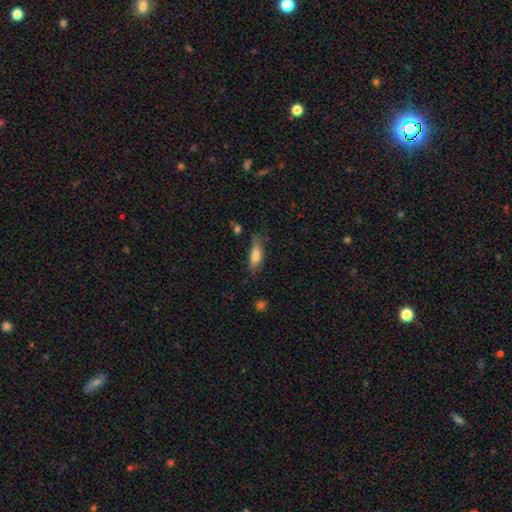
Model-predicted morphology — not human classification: This is likely a smooth galaxy (74%). How rounded: likely in between (64%). Merging: likely none (70%).